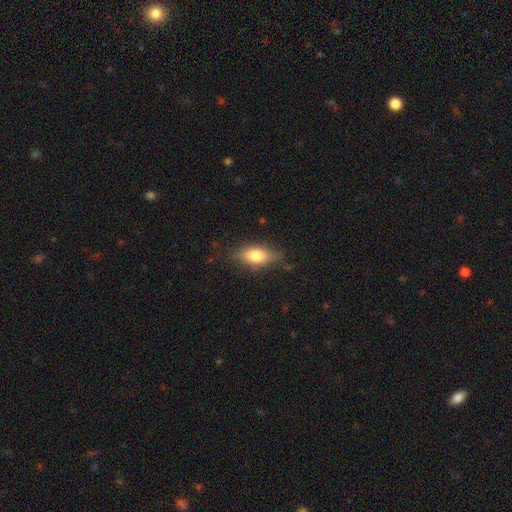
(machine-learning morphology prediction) This appears to be a smooth galaxy with no disk features (72%) that is in between round and cigar-shaped (81%). Merging: none (72%).